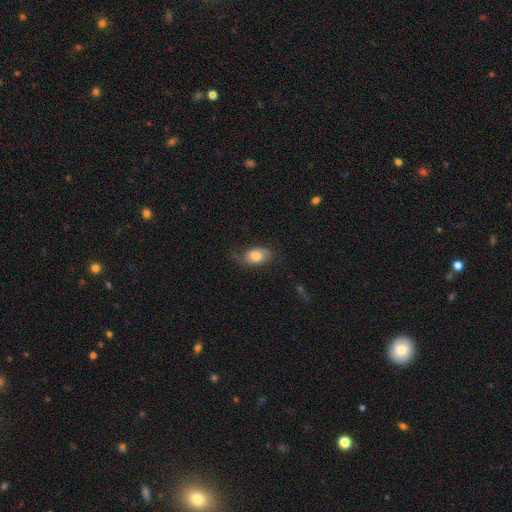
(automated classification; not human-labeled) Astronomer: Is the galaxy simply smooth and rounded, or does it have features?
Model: smooth — 67%.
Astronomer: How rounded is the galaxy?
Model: in between — 87%.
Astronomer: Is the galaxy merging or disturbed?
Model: none — 56%.